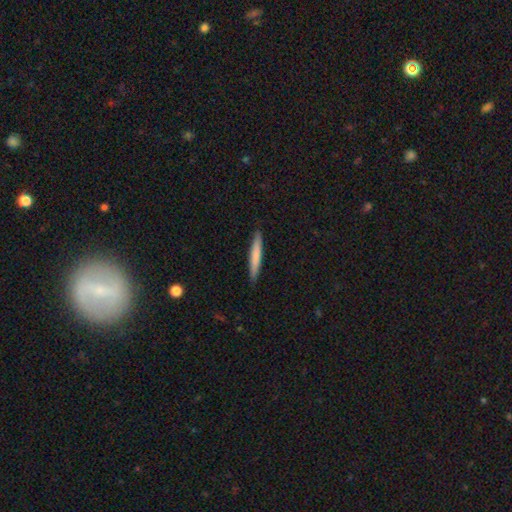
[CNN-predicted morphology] Smooth or featured?
  - smooth: 73% *
  - featured or disk: 22%
  - star or artifact: 5%
How rounded?
  - cigar-shaped: 95% *
  - in between: 4%
  - round: 1%
Merging?
  - none: 91% *
  - minor disturbance: 7%
  - major disturbance: 1%
  - merger: 1%